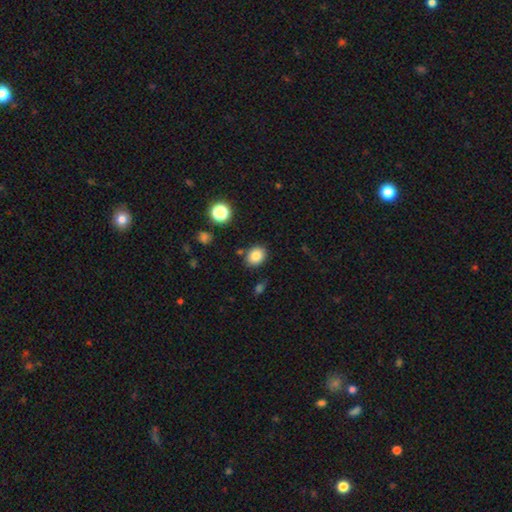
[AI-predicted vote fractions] This appears to be a smooth galaxy with no disk features (84%) that is in between round and cigar-shaped (51%). Merging: none (83%).